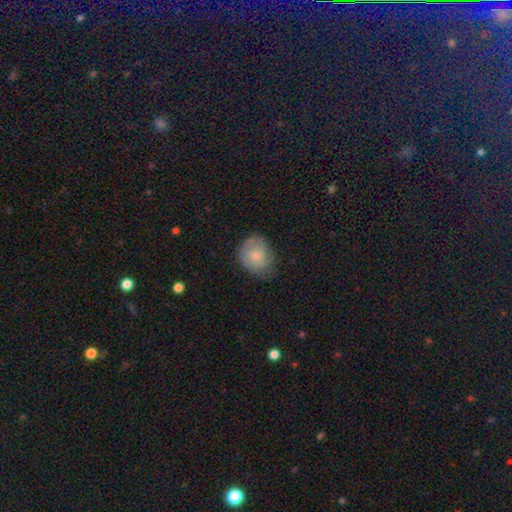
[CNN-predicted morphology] A smooth galaxy with no disk features (74%) that is round (68%). Merging: none (59%).